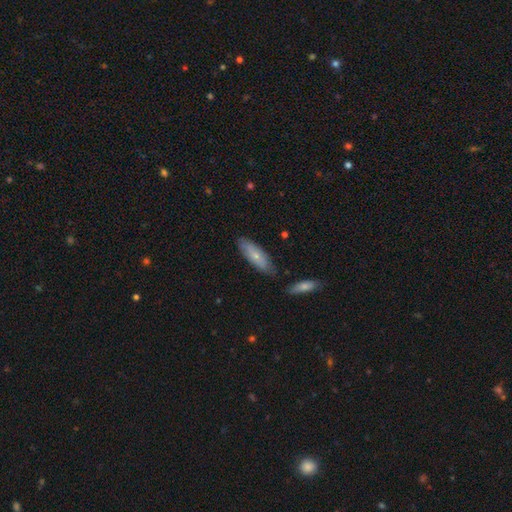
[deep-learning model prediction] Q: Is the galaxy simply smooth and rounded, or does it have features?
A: smooth — 66%.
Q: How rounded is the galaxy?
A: in between — 58%.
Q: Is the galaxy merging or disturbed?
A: none — 76%.